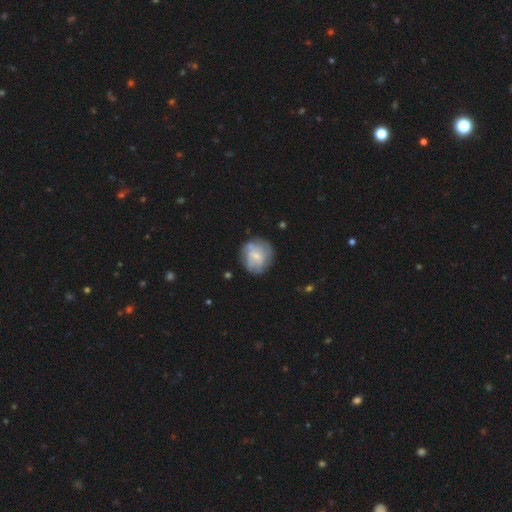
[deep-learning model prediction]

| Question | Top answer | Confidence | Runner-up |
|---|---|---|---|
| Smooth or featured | featured or disk | 47% | smooth (46%) |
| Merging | none | 67% | minor disturbance (20%) |